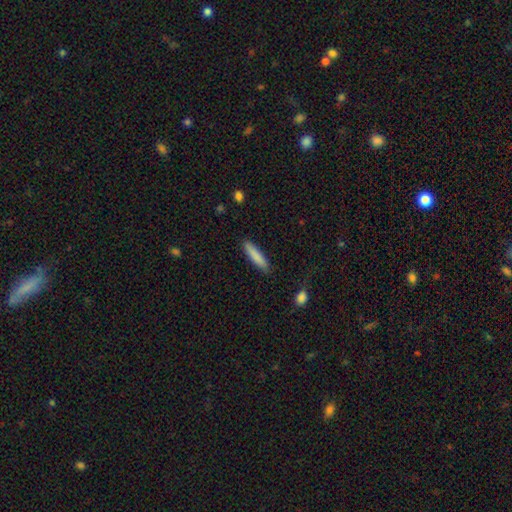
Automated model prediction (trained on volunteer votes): This is clearly a smooth galaxy (85%). How rounded: clearly cigar-shaped (84%). Merging: clearly none (87%).